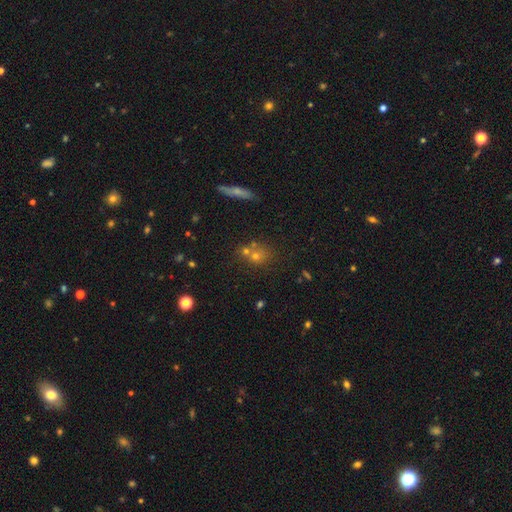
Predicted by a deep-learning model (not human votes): Q: Smooth or featured?
A: smooth (53%); runner-up: star or artifact (30%)
Q: How rounded?
A: round (73%); runner-up: in between (24%)
Q: Merging?
A: none (59%); runner-up: merger (27%)